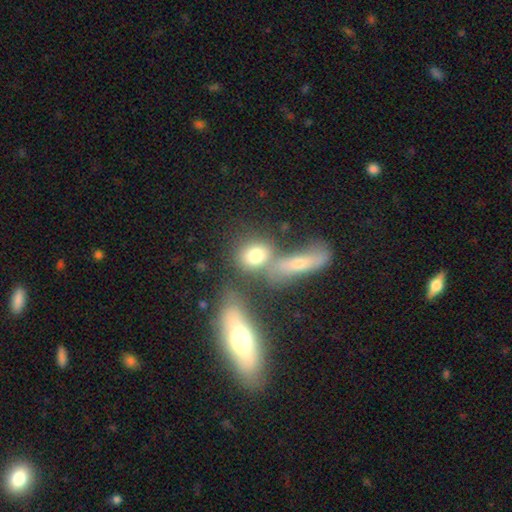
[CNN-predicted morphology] A smooth galaxy with no disk features (73%) that is round (53%). Merging: none (50%).